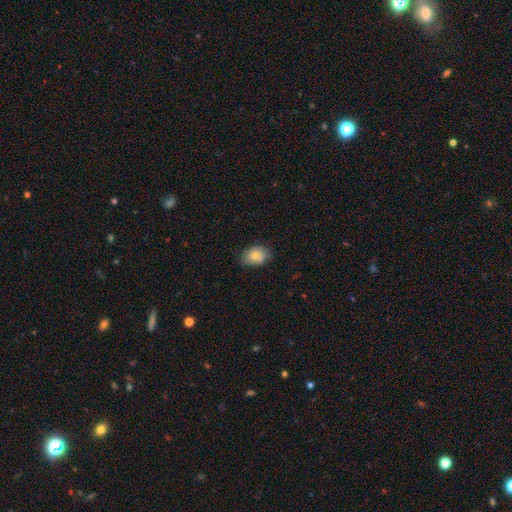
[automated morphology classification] A smooth galaxy with no disk features (77%) that is in between round and cigar-shaped (69%).

Vote fractions:
- Smooth or featured? smooth: 77% / featured or disk: 15% / star or artifact: 8%
- How rounded? in between: 69% / round: 30% / cigar-shaped: 1%
- Merging? none: 72% / minor disturbance: 23% / major disturbance: 4% / merger: 1%